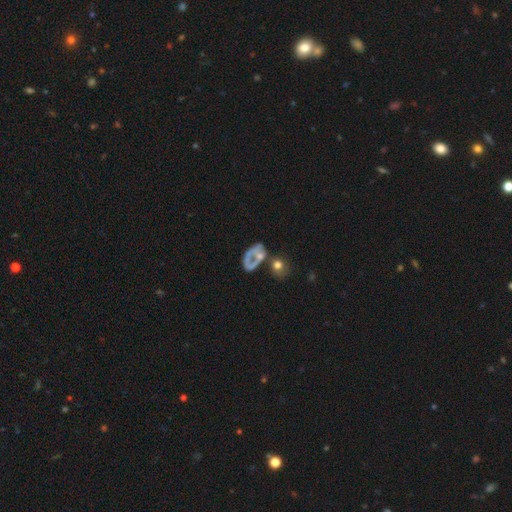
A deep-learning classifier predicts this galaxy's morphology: featured or disk 47%, smooth 39%, star or artifact 14%. Down the decision tree: merging — merger (31%).